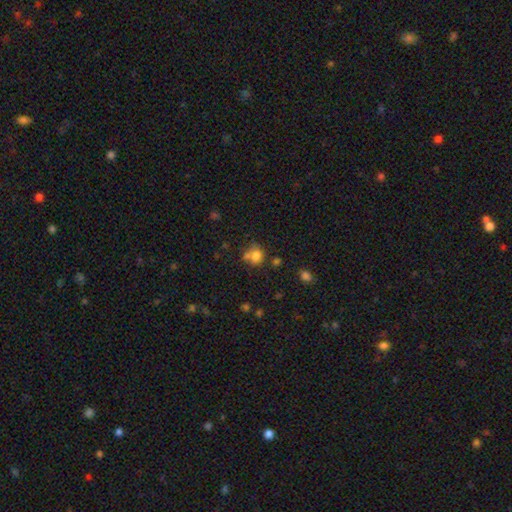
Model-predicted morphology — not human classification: This is likely a smooth galaxy (76%). How rounded: likely round (63%). Merging: marginally none (43%).